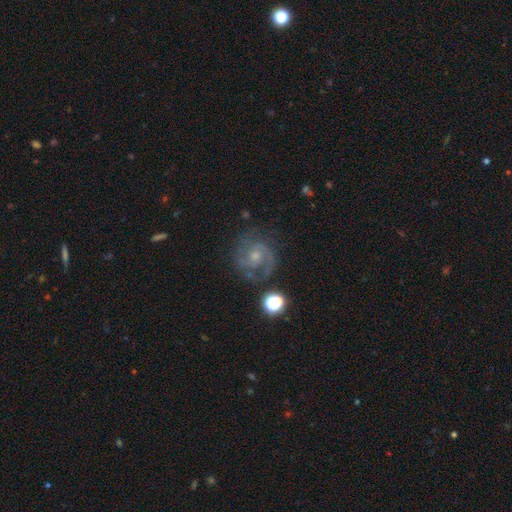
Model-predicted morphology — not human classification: smooth-or-featured: featured or disk: 81% | smooth: 10% | star or artifact: 9%
  disk-edge-on: no: 98% | yes: 2%
    bar: no: 64% | weak: 32% | strong: 5%
    has-spiral-arms: yes: 95% | no: 5%
      spiral-winding: medium: 45% | tight: 43% | loose: 12%
      spiral-arm-count: 2: 63% | can't tell: 13% | 3: 11% | 1: 7% | 4: 3% | more than 4: 3%
    bulge-size: small: 53% | moderate: 39% | none: 4% | large: 2% | dominant: 1%
  merging: none: 71% | minor disturbance: 17% | major disturbance: 10% | merger: 3%